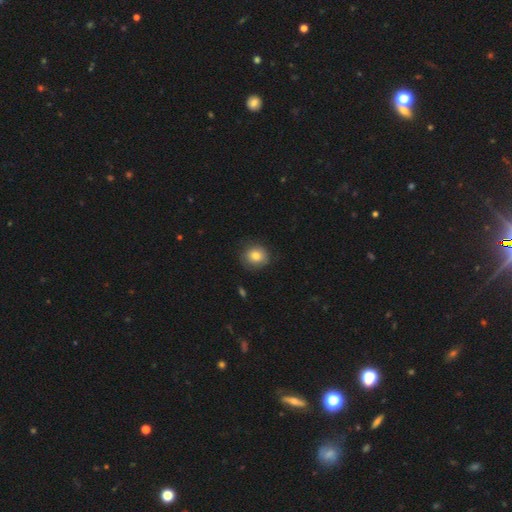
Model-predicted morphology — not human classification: The model was most divided on "how rounded": round: 76%, in between: 23%, cigar-shaped: 1%. More confident: smooth or featured — smooth (81%); merging — none (81%).